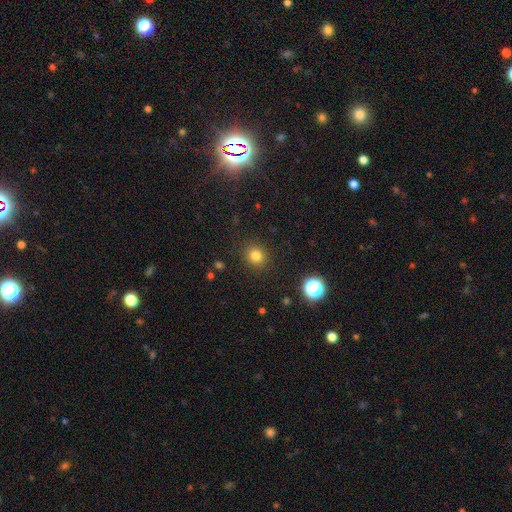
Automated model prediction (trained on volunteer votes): smooth-or-featured: smooth: 80% | star or artifact: 15% | featured or disk: 5%
  how-rounded: round: 85% | in between: 14% | cigar-shaped: 1%
  merging: none: 88% | minor disturbance: 7% | major disturbance: 3% | merger: 1%